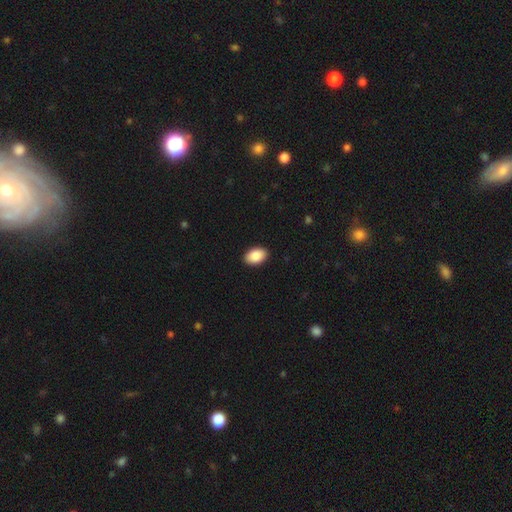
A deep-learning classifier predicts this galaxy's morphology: Smooth or featured: smooth — 88% (star or artifact — 7%)
How rounded: in between — 91% (round — 8%)
Merging: none — 91% (minor disturbance — 6%)